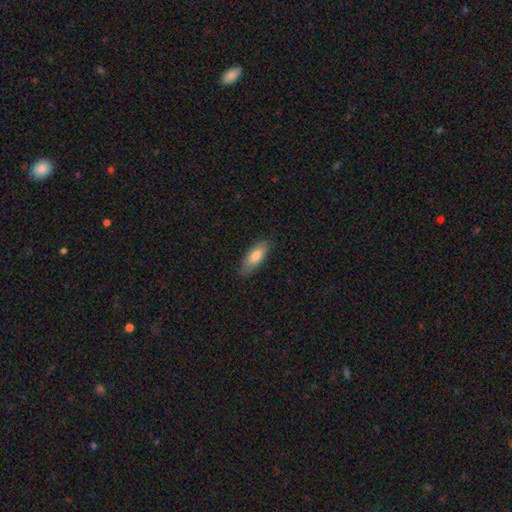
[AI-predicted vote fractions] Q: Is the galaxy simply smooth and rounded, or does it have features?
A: smooth — 79%.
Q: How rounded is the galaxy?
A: in between — 73%.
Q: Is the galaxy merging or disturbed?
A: none — 82%.